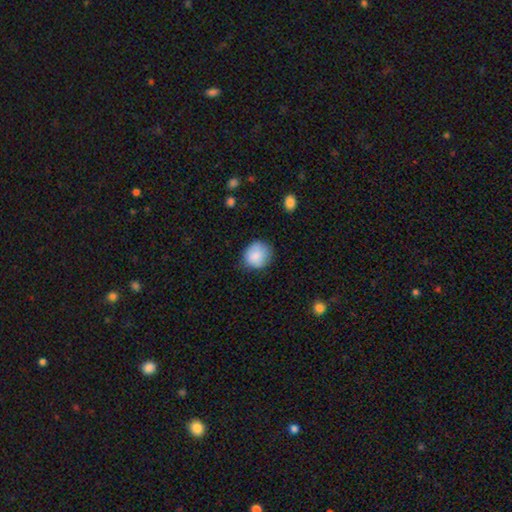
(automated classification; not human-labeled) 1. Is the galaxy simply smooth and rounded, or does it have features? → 85% smooth, 8% featured or disk, 7% star or artifact.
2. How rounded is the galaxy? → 83% round, 16% in between, 1% cigar-shaped.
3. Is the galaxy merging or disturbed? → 72% none, 22% minor disturbance, 5% major disturbance, 1% merger.